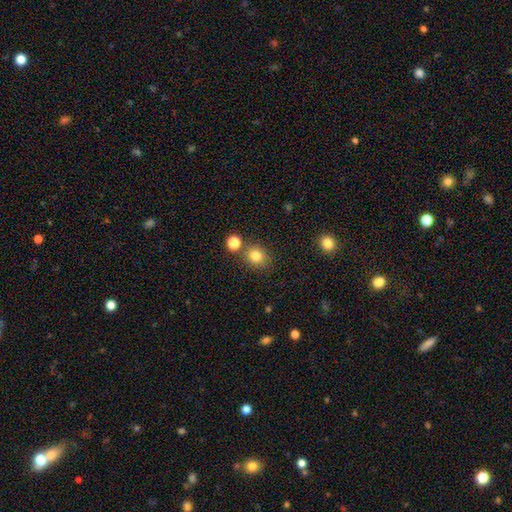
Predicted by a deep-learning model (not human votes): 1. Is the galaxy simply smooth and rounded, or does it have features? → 81% smooth, 13% star or artifact, 6% featured or disk.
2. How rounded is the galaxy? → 76% round, 23% in between, 1% cigar-shaped.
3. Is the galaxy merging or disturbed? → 75% none, 12% merger, 10% minor disturbance, 3% major disturbance.